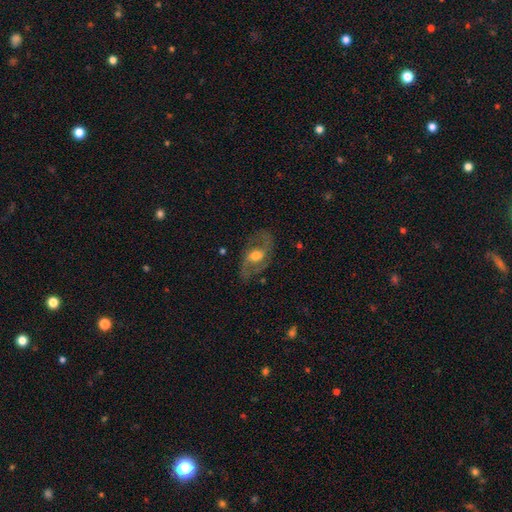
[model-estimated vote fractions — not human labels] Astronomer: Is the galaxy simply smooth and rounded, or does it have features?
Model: featured or disk — 78%.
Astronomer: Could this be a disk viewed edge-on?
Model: no — 94%.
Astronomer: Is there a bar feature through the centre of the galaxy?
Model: no — 44% (runner-up: weak, 41%).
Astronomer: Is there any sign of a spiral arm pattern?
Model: yes — 87%.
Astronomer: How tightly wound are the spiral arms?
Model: medium — 48% (runner-up: loose, 40%).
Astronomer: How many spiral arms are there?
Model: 2 — 89%.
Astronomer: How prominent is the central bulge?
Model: moderate — 66%.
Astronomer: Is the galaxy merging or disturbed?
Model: none — 73%.